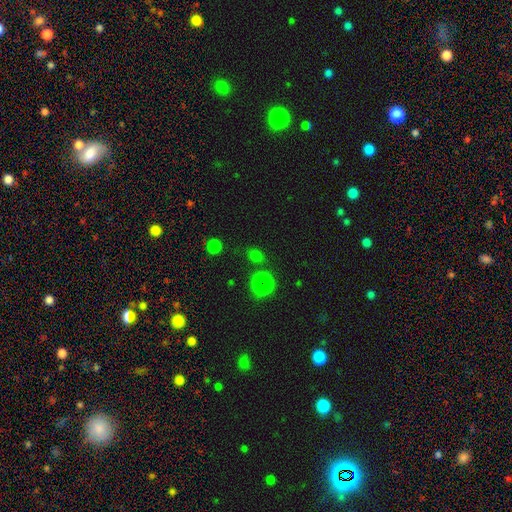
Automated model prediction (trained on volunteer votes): The model was most divided on "how rounded": round: 61%, in between: 38%, cigar-shaped: 2%. More confident: merging — none (80%); smooth or featured — smooth (62%).